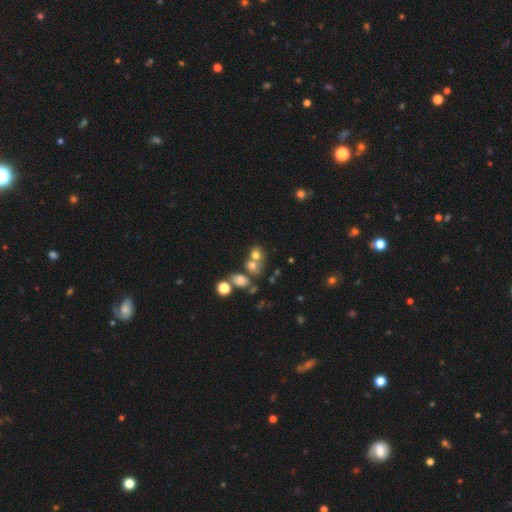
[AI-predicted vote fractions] Smooth or featured? Predicted: smooth (p=0.68). How rounded? Predicted: round (p=0.61). Merging? Predicted: merger (p=0.47).